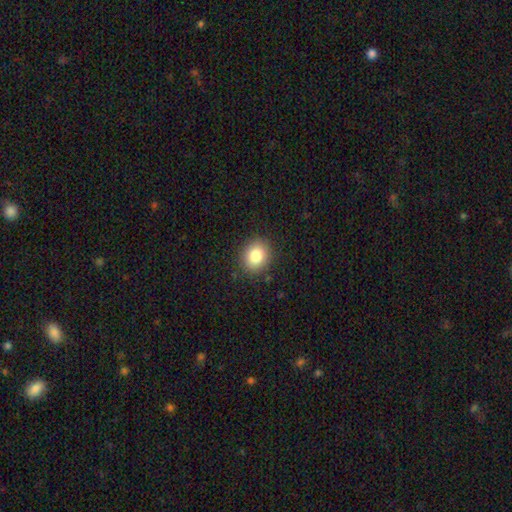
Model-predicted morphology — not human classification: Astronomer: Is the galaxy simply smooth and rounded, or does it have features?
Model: smooth — 84%.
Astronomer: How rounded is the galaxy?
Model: round — 62%.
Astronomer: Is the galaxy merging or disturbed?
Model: none — 88%.